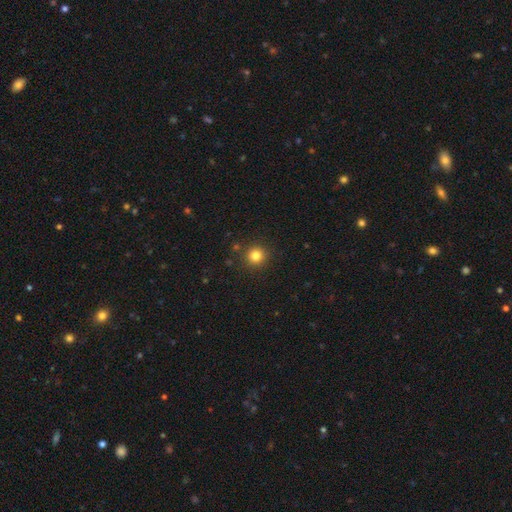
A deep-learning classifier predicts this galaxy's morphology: Smooth or featured? Predicted: smooth (p=0.81). How rounded? Predicted: round (p=0.94). Merging? Predicted: none (p=0.90).